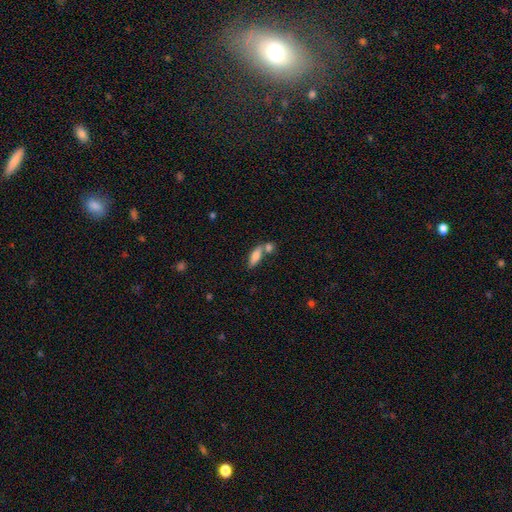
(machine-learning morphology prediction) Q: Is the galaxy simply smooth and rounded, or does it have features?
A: smooth — 75%.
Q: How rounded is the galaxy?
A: in between — 62%.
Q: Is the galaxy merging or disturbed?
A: none — 49%.